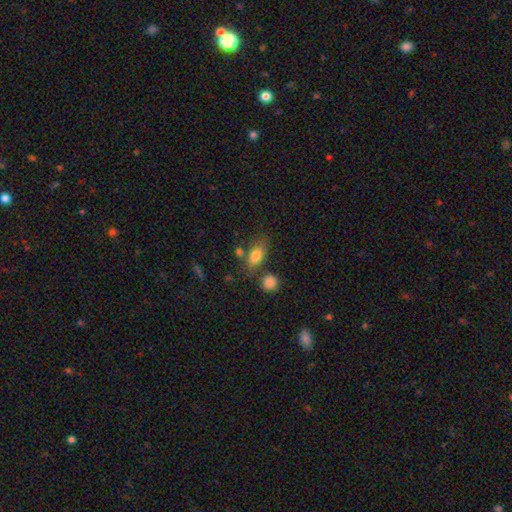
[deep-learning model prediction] Smooth or featured: smooth — 80% (featured or disk — 11%)
How rounded: in between — 83% (round — 11%)
Merging: none — 62% (minor disturbance — 18%)